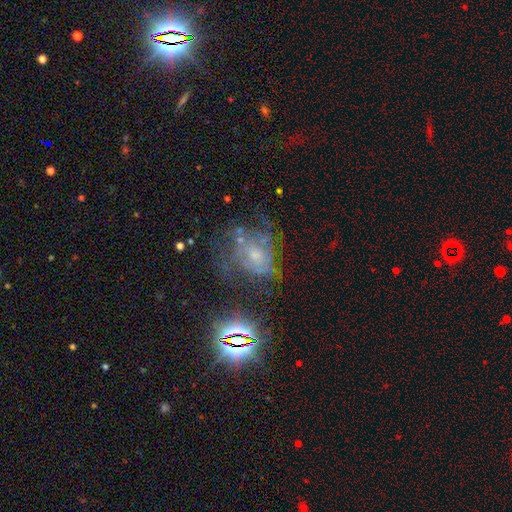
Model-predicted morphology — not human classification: featured or disk 52%, star or artifact 32%, smooth 16%. Down the decision tree: edge-on disk — no (96%); bar — no (80%); spiral arms — yes (69%); bulge size — small (51%); merging — none (52%).